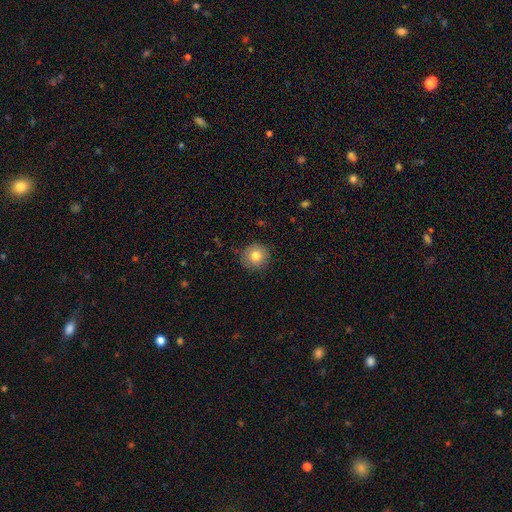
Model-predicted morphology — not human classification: smooth_or_featured: smooth (p=0.80) [alt: featured or disk p=0.11]
how_rounded: round (p=0.93) [alt: in between p=0.06]
merging: none (p=0.87) [alt: minor disturbance p=0.09]